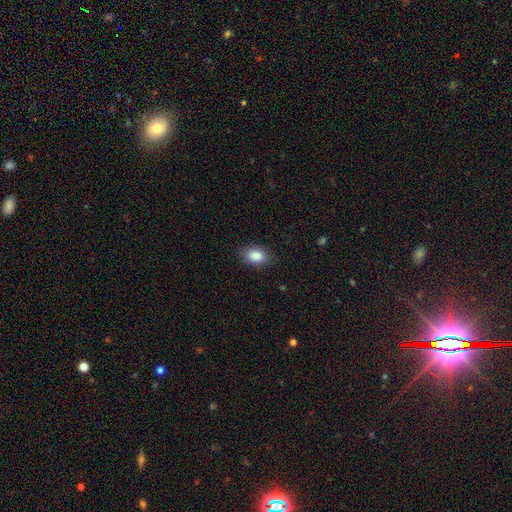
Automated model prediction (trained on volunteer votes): Morphology: type=smooth (87%); roundness=in between (82%); merging=none (84%).